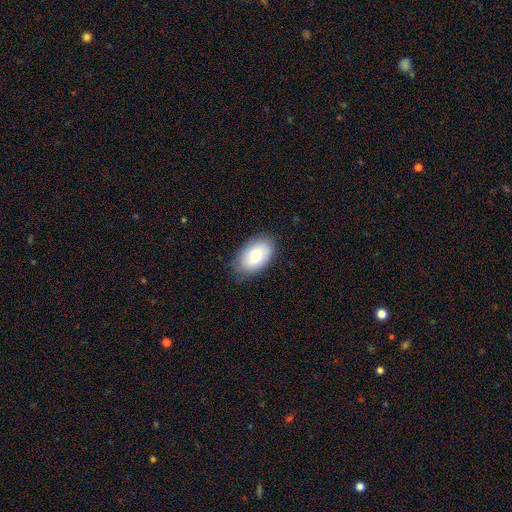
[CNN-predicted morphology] The model was most divided on "smooth or featured": smooth: 74%, featured or disk: 19%, star or artifact: 7%. More confident: how rounded — in between (90%); merging — none (80%).